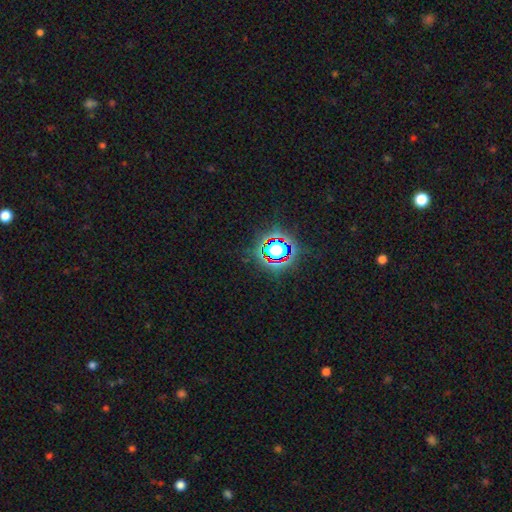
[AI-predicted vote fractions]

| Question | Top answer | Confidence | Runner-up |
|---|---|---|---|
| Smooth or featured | star or artifact | 80% | smooth (12%) |